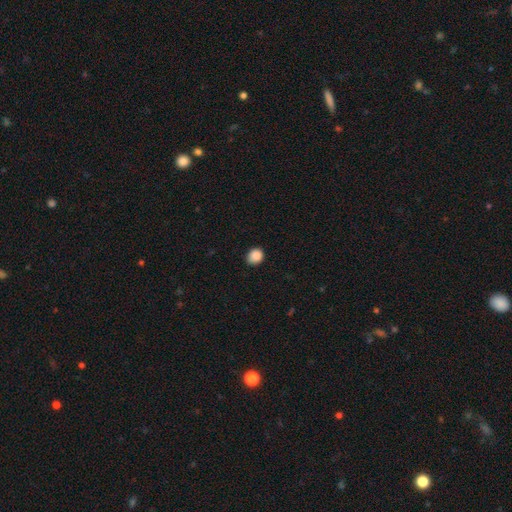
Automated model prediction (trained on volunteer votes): This is clearly a smooth galaxy (88%). How rounded: likely round (70%). Merging: clearly none (83%).